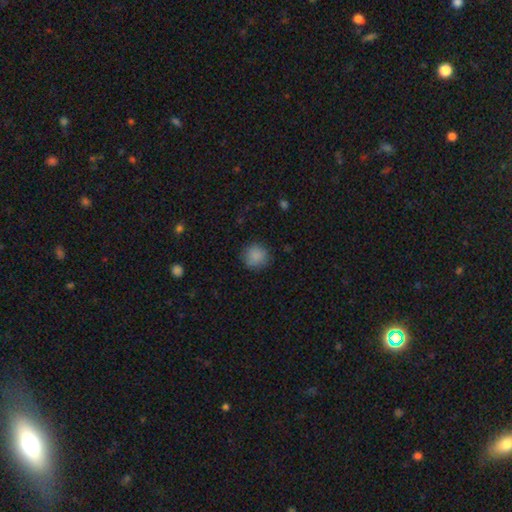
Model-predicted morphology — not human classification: This is clearly a smooth galaxy (87%). How rounded: clearly round (91%). Merging: clearly none (84%).